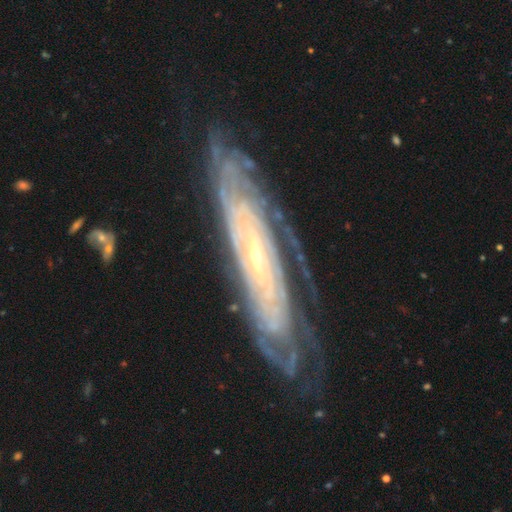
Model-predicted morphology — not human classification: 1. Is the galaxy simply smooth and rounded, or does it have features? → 87% featured or disk, 8% smooth, 6% star or artifact.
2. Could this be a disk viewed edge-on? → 77% no, 23% yes.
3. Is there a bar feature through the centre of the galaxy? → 63% no, 23% weak, 14% strong.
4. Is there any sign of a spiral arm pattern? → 95% yes, 5% no.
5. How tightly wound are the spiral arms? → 81% tight, 15% medium, 4% loose.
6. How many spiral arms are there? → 47% can't tell, 13% more than 4, 12% 2, 12% 4, 10% 3, 6% 1.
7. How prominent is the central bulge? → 83% small, 13% moderate, 2% none, 2% large, 1% dominant.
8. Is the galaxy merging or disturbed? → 76% none, 16% minor disturbance, 6% major disturbance, 2% merger.